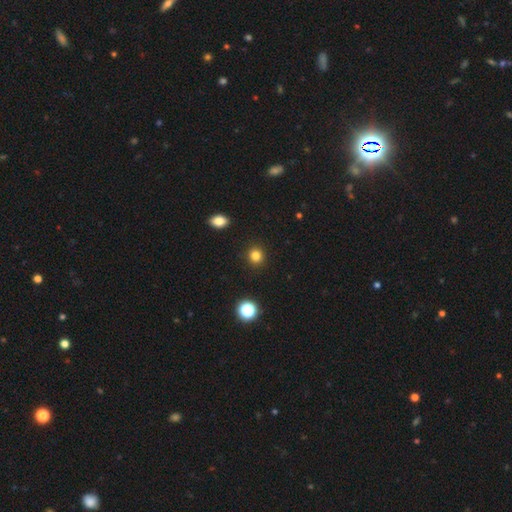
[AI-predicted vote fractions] Smooth or featured? Predicted: smooth (p=0.83). How rounded? Predicted: round (p=0.87). Merging? Predicted: none (p=0.91).